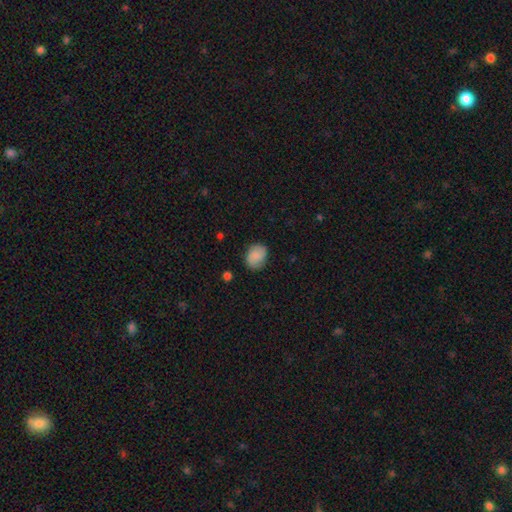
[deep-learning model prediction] This appears to be a smooth galaxy with no disk features (81%) that is in between round and cigar-shaped (58%). Merging: none (77%).